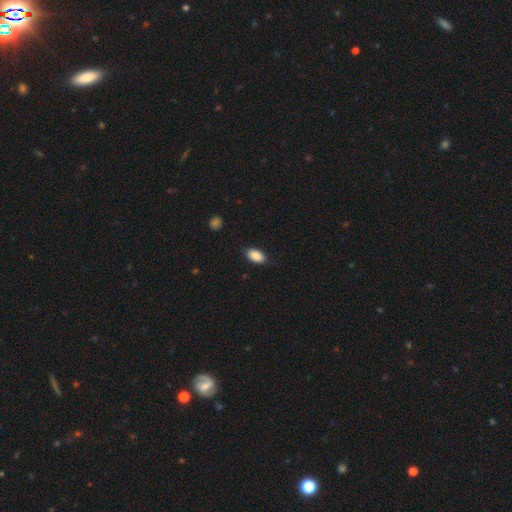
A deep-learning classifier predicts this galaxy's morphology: The model was most divided on "merging": none: 84%, minor disturbance: 12%, major disturbance: 3%, merger: 1%. More confident: how rounded — in between (93%); smooth or featured — smooth (88%).